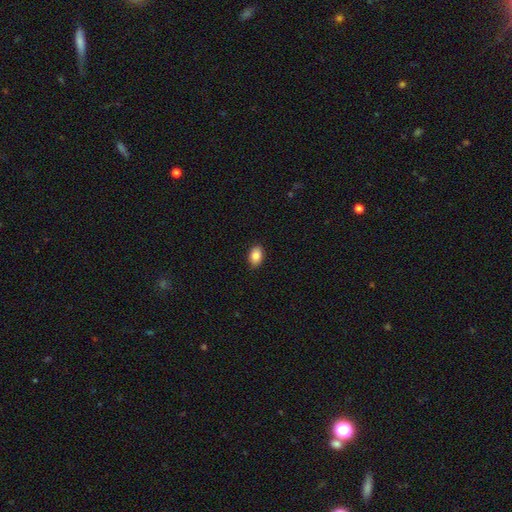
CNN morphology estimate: A smooth galaxy with no disk features (86%) that is in between round and cigar-shaped (86%).

Vote fractions:
- Smooth or featured? smooth: 86% / star or artifact: 8% / featured or disk: 6%
- How rounded? in between: 86% / round: 13% / cigar-shaped: 1%
- Merging? none: 89% / minor disturbance: 8% / major disturbance: 2% / merger: 1%